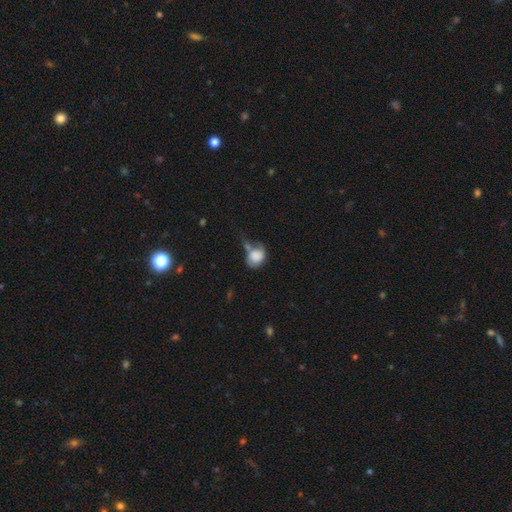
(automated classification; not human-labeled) A smooth galaxy with no disk features (78%) that is round (50%).

Vote fractions:
- Smooth or featured? smooth: 78% / featured or disk: 14% / star or artifact: 8%
- How rounded? round: 50% / in between: 48% / cigar-shaped: 1%
- Merging? merger: 26% (tied) / none: 26% (tied) / minor disturbance: 25% / major disturbance: 23%